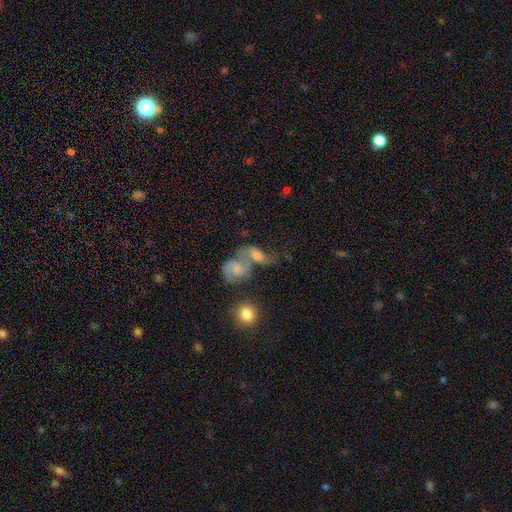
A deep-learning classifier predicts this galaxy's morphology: smooth-or-featured: featured or disk: 54% | smooth: 31% | star or artifact: 15%
  disk-edge-on: no: 93% | yes: 7%
    bar: no: 62% | weak: 30% | strong: 8%
    has-spiral-arms: yes: 78% | no: 22%
    bulge-size: moderate: 47% | small: 32% | none: 10% | large: 9% | dominant: 2%
  merging: merger: 55% | none: 24% | minor disturbance: 10% | major disturbance: 10%